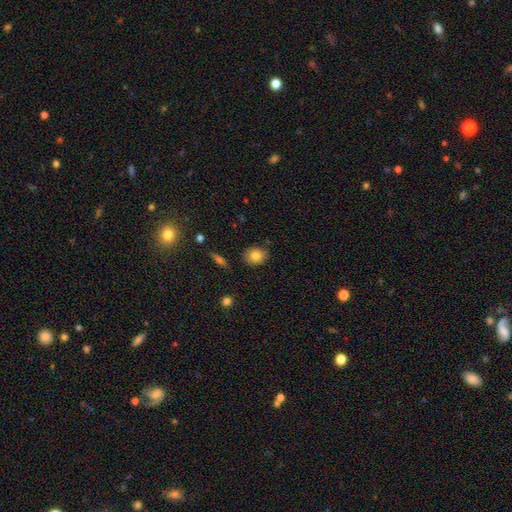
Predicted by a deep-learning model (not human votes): The model was most divided on "how rounded": round: 63%, in between: 36%, cigar-shaped: 1%. More confident: merging — none (86%); smooth or featured — smooth (81%).